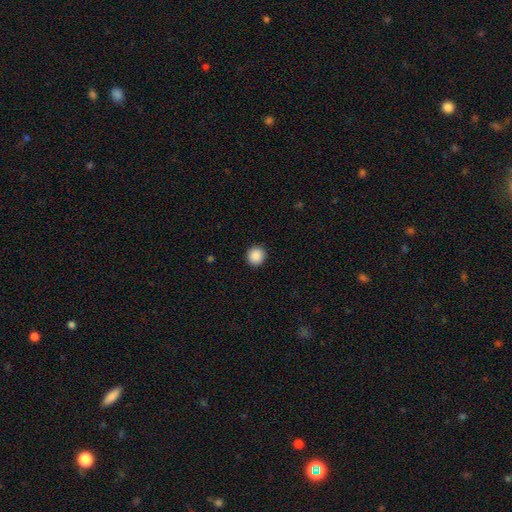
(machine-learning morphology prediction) Q: Smooth or featured?
A: smooth (89%); runner-up: star or artifact (8%)
Q: How rounded?
A: round (94%); runner-up: in between (5%)
Q: Merging?
A: none (92%); runner-up: minor disturbance (5%)